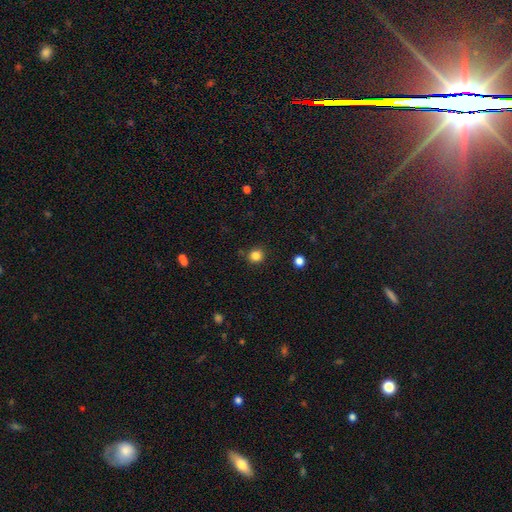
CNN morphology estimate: Smooth or featured? smooth (84%)
How rounded? round (91%)
Merging? none (86%)